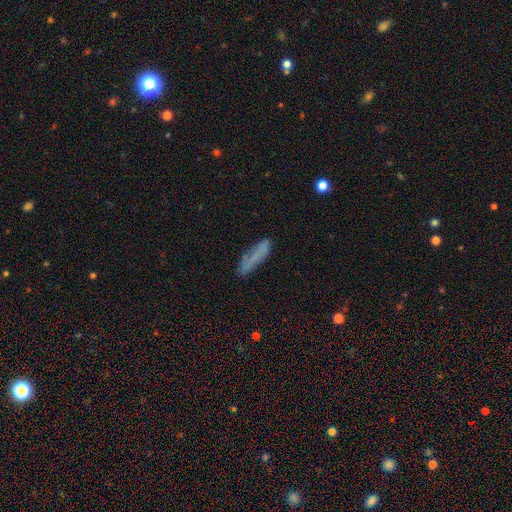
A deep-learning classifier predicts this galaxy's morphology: smooth_or_featured: smooth (p=0.73) [alt: featured or disk p=0.18]
how_rounded: cigar-shaped (p=0.83) [alt: in between p=0.16]
merging: none (p=0.77) [alt: minor disturbance p=0.16]